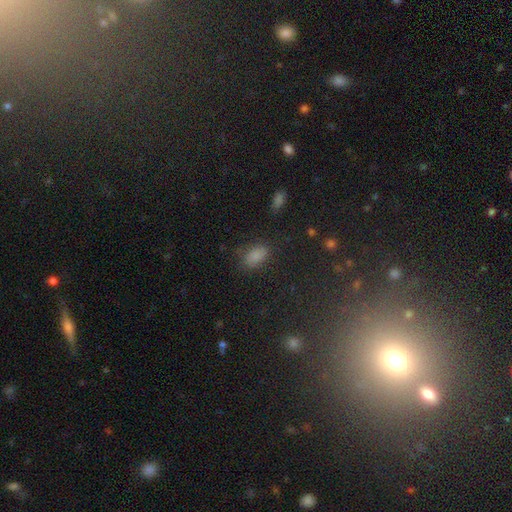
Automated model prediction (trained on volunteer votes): Smooth or featured?
  - smooth: 81% *
  - star or artifact: 14%
  - featured or disk: 5%
How rounded?
  - in between: 91% *
  - round: 6%
  - cigar-shaped: 3%
Merging?
  - none: 74% *
  - minor disturbance: 17%
  - major disturbance: 6%
  - merger: 2%